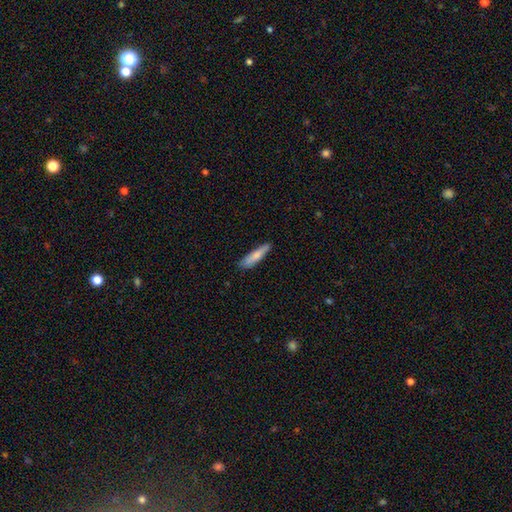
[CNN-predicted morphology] A smooth galaxy with no disk features (75%) that is cigar-shaped (83%).

Vote fractions:
- Smooth or featured? smooth: 75% / featured or disk: 19% / star or artifact: 6%
- How rounded? cigar-shaped: 83% / in between: 16% / round: 1%
- Merging? none: 80% / minor disturbance: 16% / major disturbance: 3% / merger: 2%